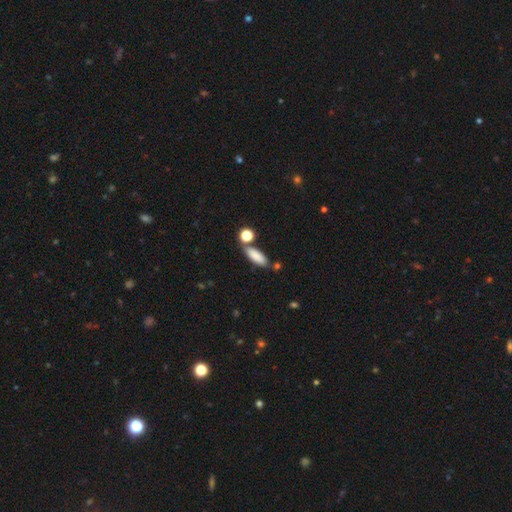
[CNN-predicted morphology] Smooth or featured? smooth (85%)
How rounded? in between (65%)
Merging? none (68%)